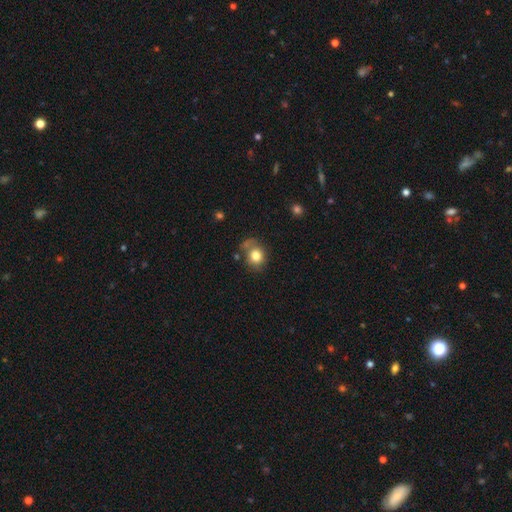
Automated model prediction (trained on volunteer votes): smooth-or-featured: smooth: 80% | featured or disk: 10% | star or artifact: 10%
  how-rounded: round: 69% | in between: 30% | cigar-shaped: 1%
  merging: none: 58% | minor disturbance: 22% | merger: 11% | major disturbance: 9%